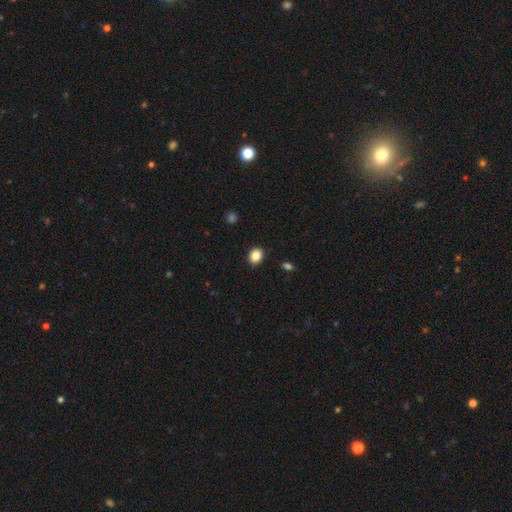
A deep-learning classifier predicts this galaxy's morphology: A smooth galaxy with no disk features (86%) that is round (51%).

Vote fractions:
- Smooth or featured? smooth: 86% / star or artifact: 9% / featured or disk: 4%
- How rounded? round: 51% / in between: 48% / cigar-shaped: 1%
- Merging? none: 91% / minor disturbance: 6% / major disturbance: 2% / merger: 1%